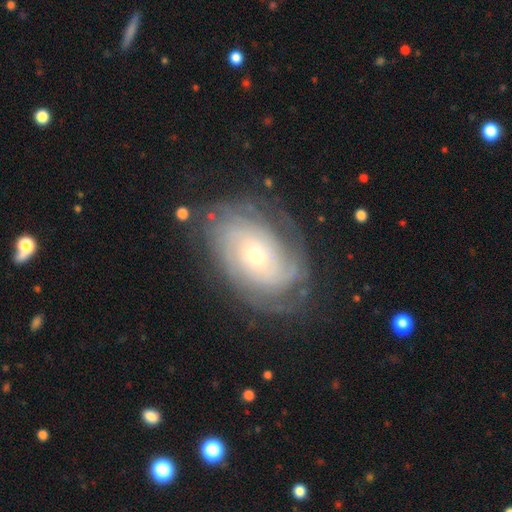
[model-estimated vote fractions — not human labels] Smooth or featured: featured or disk — 79% (smooth — 14%)
Edge-on disk: no — 95% (yes — 5%)
Bar: no — 78% (weak — 17%)
Spiral arms: yes — 92% (no — 8%)
Spiral winding: tight — 74% (medium — 20%)
Spiral arm count: can't tell — 48% (4 — 13%)
Bulge size: small — 58% (moderate — 37%)
Merging: none — 73% (minor disturbance — 17%)